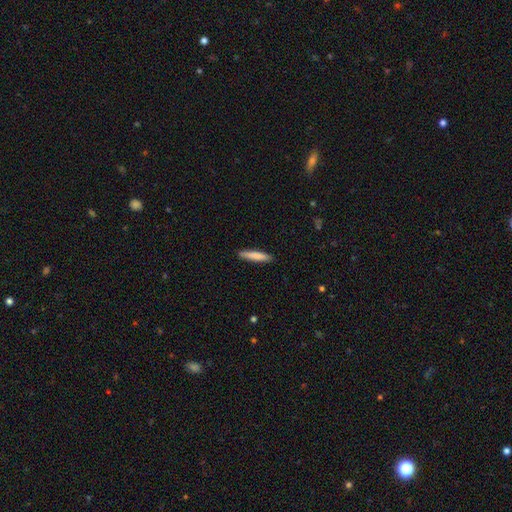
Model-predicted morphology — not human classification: Smooth or featured? Predicted: smooth (p=0.81). How rounded? Predicted: cigar-shaped (p=0.91). Merging? Predicted: none (p=0.91).